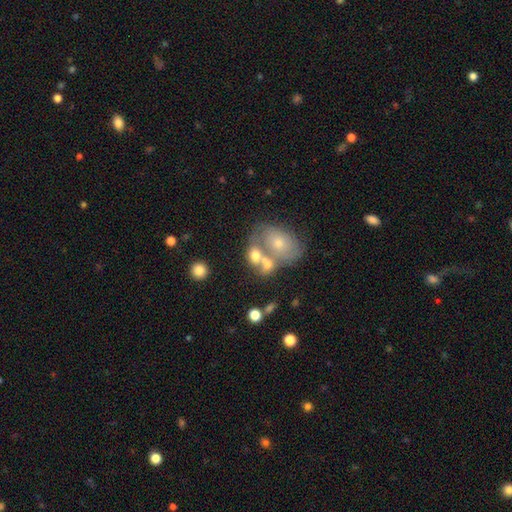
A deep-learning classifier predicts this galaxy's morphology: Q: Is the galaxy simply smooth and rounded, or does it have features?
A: smooth — 58%.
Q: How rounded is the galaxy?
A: in between — 66%.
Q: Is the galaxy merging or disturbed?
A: merger — 57%.